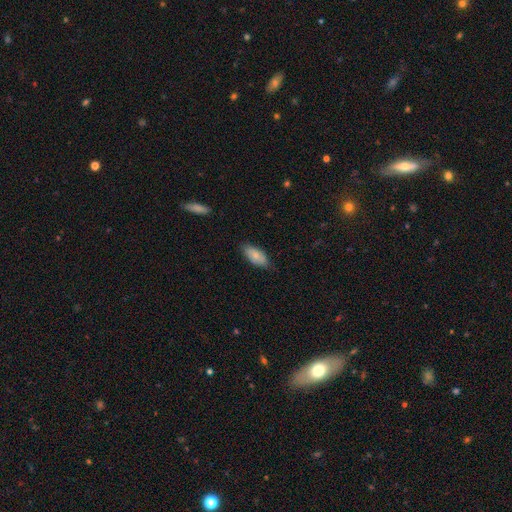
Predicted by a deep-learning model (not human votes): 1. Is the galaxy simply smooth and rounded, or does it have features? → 78% smooth, 16% featured or disk, 6% star or artifact.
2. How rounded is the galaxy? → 89% in between, 9% cigar-shaped, 2% round.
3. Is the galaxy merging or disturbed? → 77% none, 19% minor disturbance, 3% major disturbance, 1% merger.